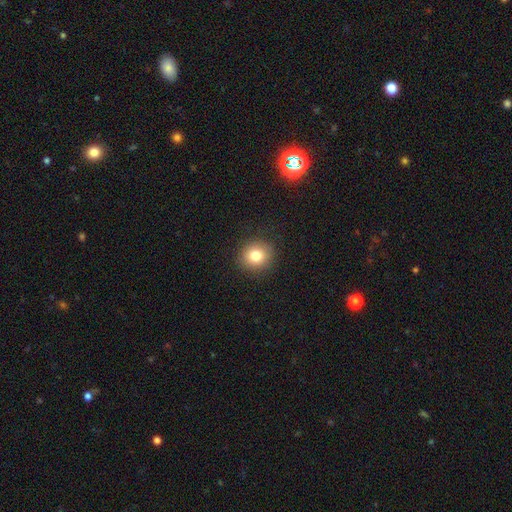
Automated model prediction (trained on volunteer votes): A smooth galaxy with no disk features (80%) that is round (85%). Merging: none (89%).